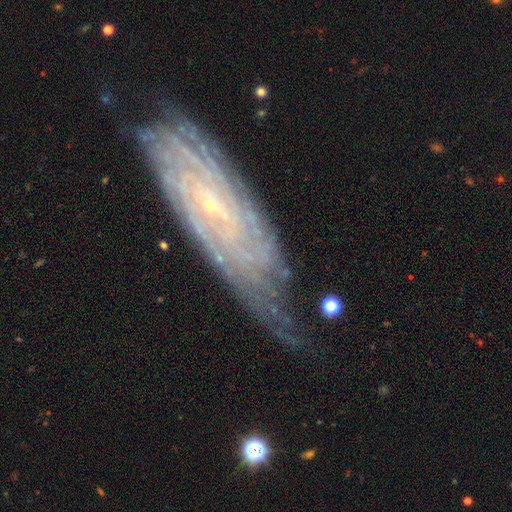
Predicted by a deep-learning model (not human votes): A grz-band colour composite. It shows a featured or disk galaxy (83%) with no bar (58%), tight (72%) spiral arms (94%) and a small central bulge (86%). Merging: none (65%).